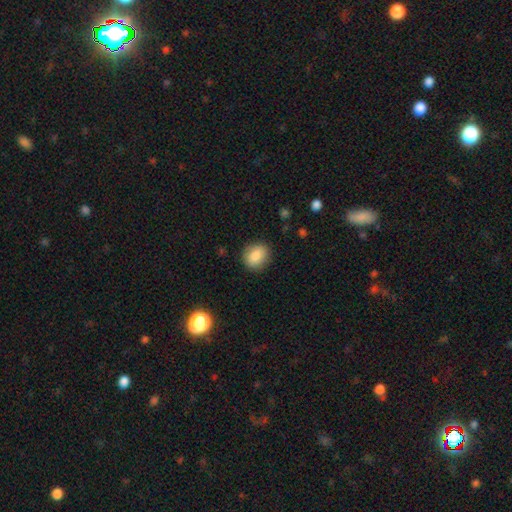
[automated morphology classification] This is clearly a smooth galaxy (87%). How rounded: likely round (63%). Merging: clearly none (86%).